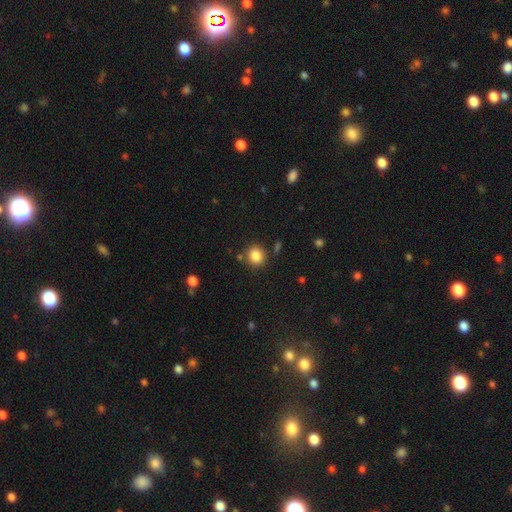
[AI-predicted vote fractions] Morphology: type=smooth (86%); roundness=round (82%); merging=none (83%).